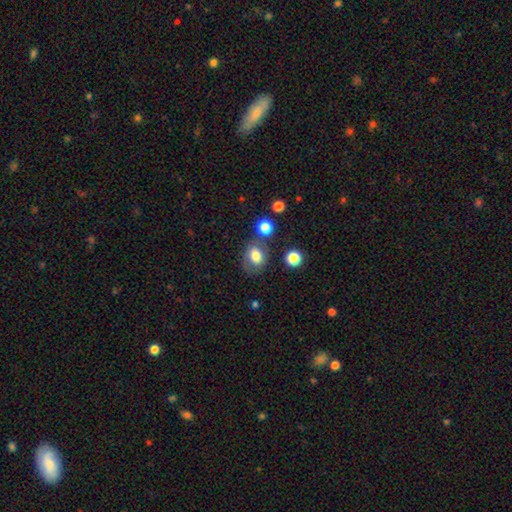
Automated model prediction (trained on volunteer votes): Smooth or featured? Predicted: smooth (p=0.74). How rounded? Predicted: in between (p=0.52). Merging? Predicted: none (p=0.64).